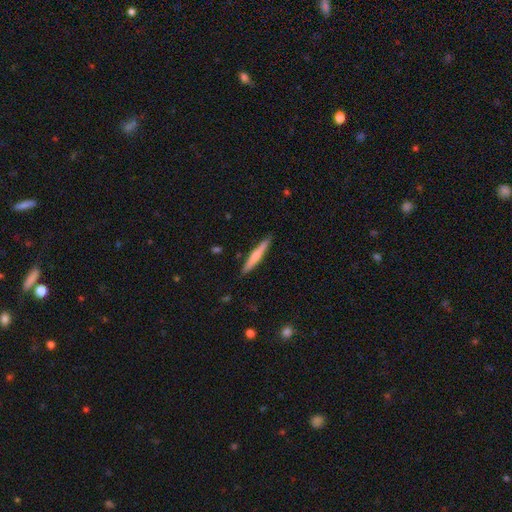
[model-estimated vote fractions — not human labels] Morphology: type=smooth (56%); roundness=cigar-shaped (95%); merging=none (89%).